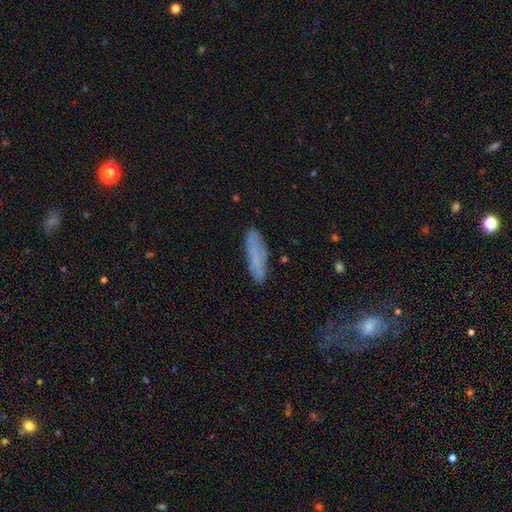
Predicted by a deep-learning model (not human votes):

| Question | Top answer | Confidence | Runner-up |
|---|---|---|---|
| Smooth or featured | smooth | 67% | featured or disk (23%) |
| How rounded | cigar-shaped | 74% | in between (24%) |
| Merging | none | 80% | minor disturbance (14%) |